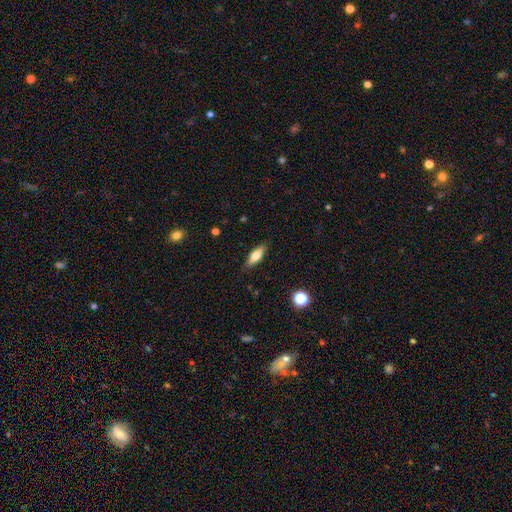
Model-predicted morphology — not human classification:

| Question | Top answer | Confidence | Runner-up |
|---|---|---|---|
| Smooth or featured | smooth | 65% | featured or disk (27%) |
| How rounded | in between | 56% | cigar-shaped (41%) |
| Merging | none | 87% | minor disturbance (10%) |